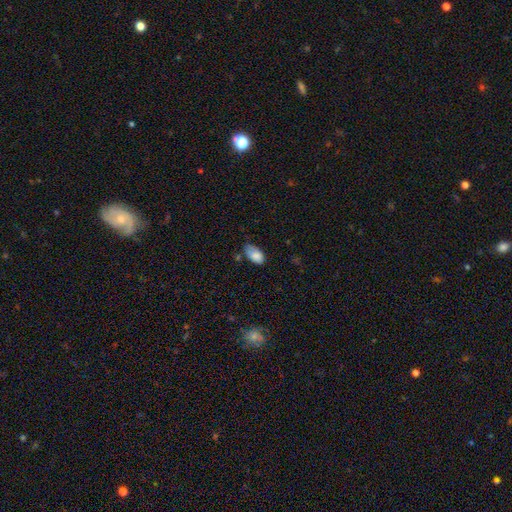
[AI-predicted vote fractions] A smooth galaxy with no disk features (83%) that is in between round and cigar-shaped (93%).

Vote fractions:
- Smooth or featured? smooth: 83% / featured or disk: 10% / star or artifact: 8%
- How rounded? in between: 93% / round: 5% / cigar-shaped: 2%
- Merging? none: 46% / minor disturbance: 39% / major disturbance: 10% / merger: 5%